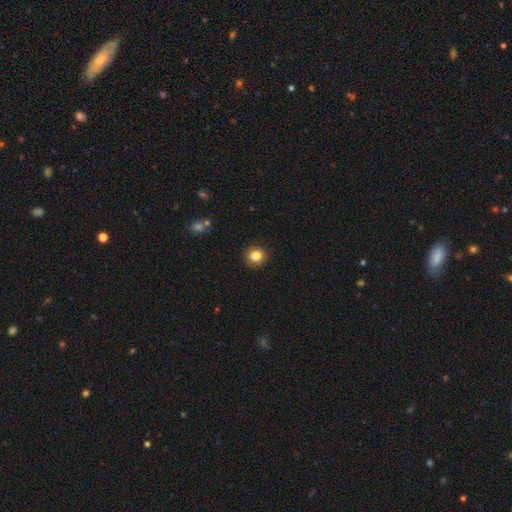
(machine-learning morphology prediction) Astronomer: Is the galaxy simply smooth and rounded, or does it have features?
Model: smooth — 86%.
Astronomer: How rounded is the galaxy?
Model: round — 89%.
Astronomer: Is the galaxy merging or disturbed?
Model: none — 91%.